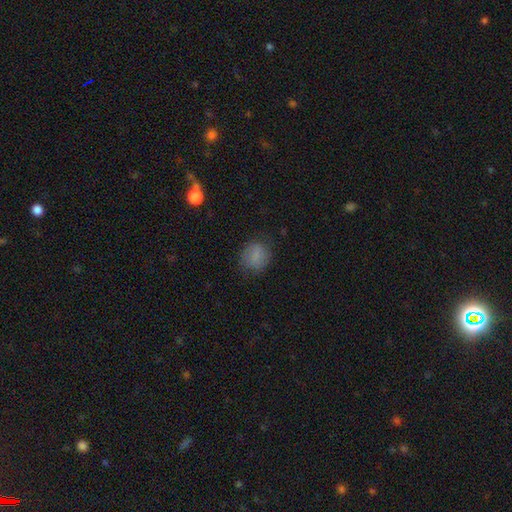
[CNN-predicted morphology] The model was most divided on "how rounded": round: 67%, in between: 32%, cigar-shaped: 1%. More confident: smooth or featured — smooth (79%); merging — none (76%).